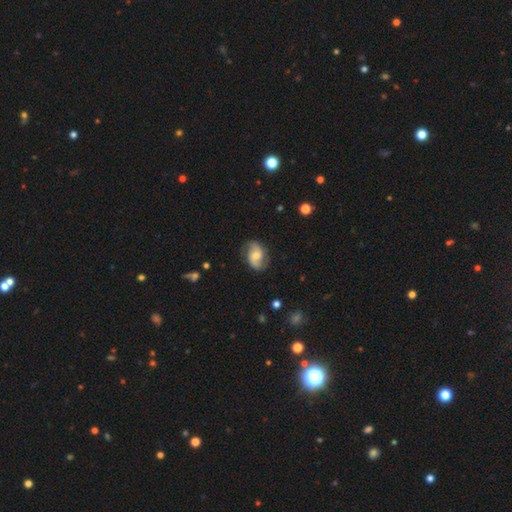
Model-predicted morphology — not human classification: featured or disk 71%, smooth 22%, star or artifact 7%. Down the decision tree: edge-on disk — no (97%); bar — no (53%); spiral arms — yes (93%); spiral arm count — 2 (89%); spiral winding — medium (44%); bulge size — moderate (54%); merging — none (78%).